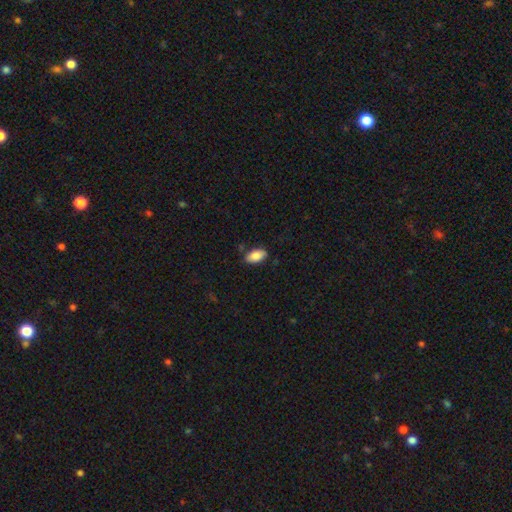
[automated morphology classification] Q: Smooth or featured?
A: smooth (84%); runner-up: featured or disk (9%)
Q: How rounded?
A: in between (94%); runner-up: round (4%)
Q: Merging?
A: none (82%); runner-up: minor disturbance (13%)